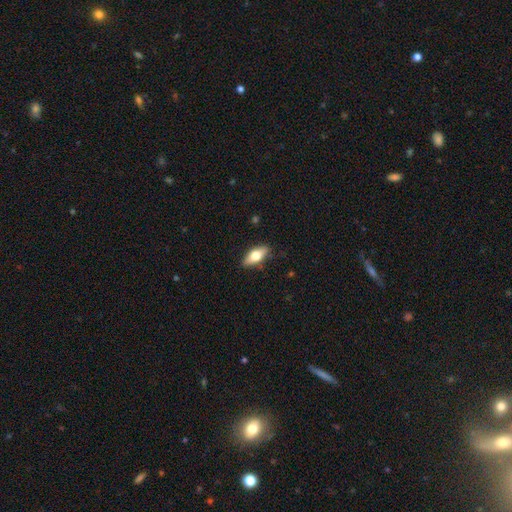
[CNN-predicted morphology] type=smooth (65%); roundness=in between (78%); merging=none (85%).